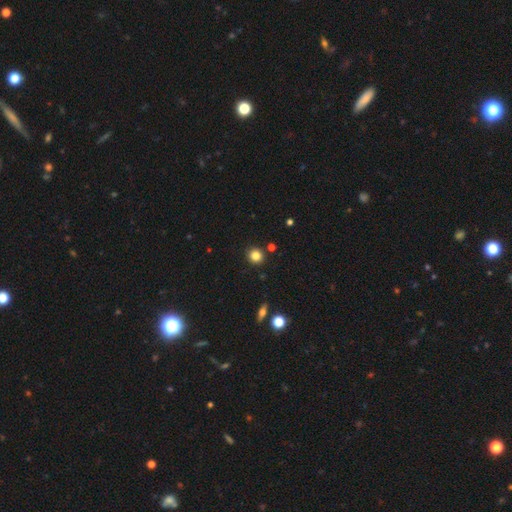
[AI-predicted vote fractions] Overall: smooth (83%). How rounded: round (89%). Merging: none (89%).